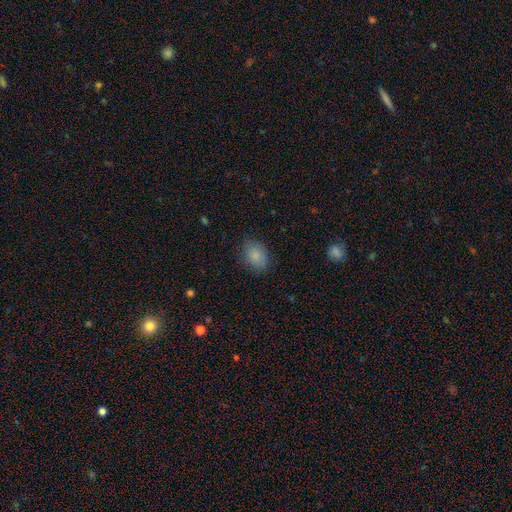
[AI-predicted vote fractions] A smooth galaxy with no disk features (85%) that is in between round and cigar-shaped (73%). Merging: none (81%).